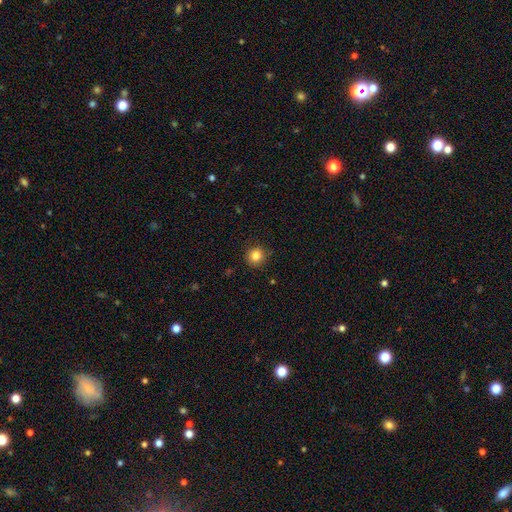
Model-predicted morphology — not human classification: Q: Smooth or featured?
A: smooth (84%); runner-up: star or artifact (11%)
Q: How rounded?
A: round (92%); runner-up: in between (7%)
Q: Merging?
A: none (88%); runner-up: minor disturbance (9%)